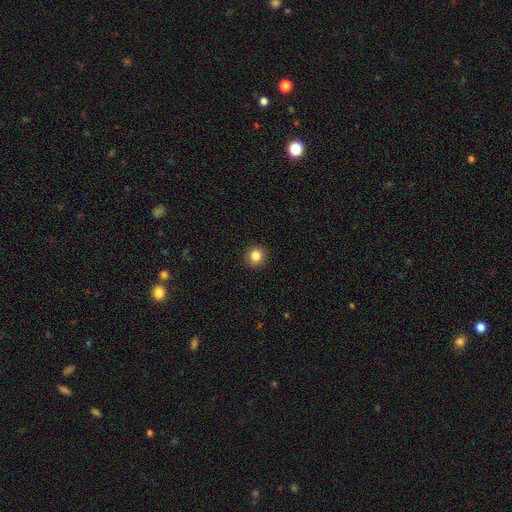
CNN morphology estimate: A smooth galaxy with no disk features (85%) that is round (91%). Merging: none (92%).